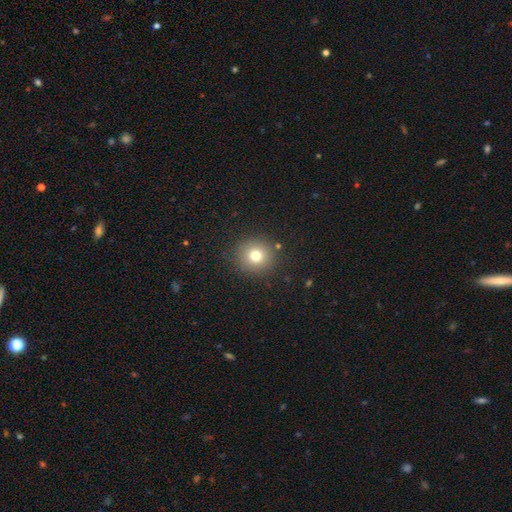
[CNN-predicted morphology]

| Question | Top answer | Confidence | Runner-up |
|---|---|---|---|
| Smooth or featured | smooth | 76% | star or artifact (14%) |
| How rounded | round | 92% | in between (7%) |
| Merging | none | 88% | minor disturbance (7%) |